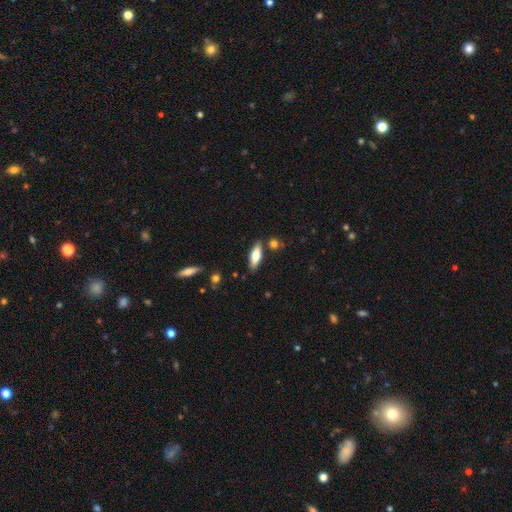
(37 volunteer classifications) Morphology: type=smooth (51%); roundness=cigar-shaped (68%); merging=none (91%).